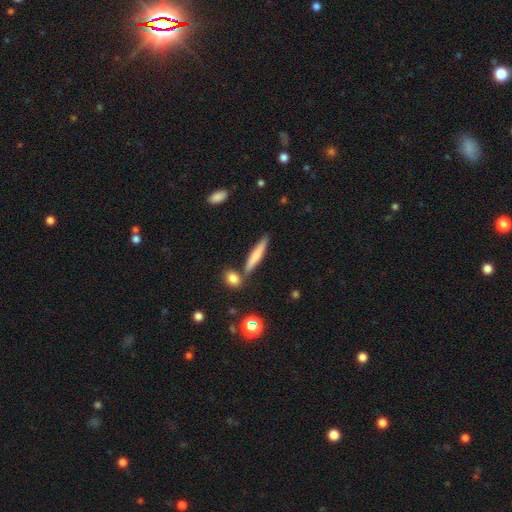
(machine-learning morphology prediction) A smooth galaxy with no disk features (67%) that is cigar-shaped (88%).

Vote fractions:
- Smooth or featured? smooth: 67% / featured or disk: 26% / star or artifact: 7%
- How rounded? cigar-shaped: 88% / in between: 10% / round: 2%
- Merging? none: 76% / minor disturbance: 11% / merger: 10% / major disturbance: 3%